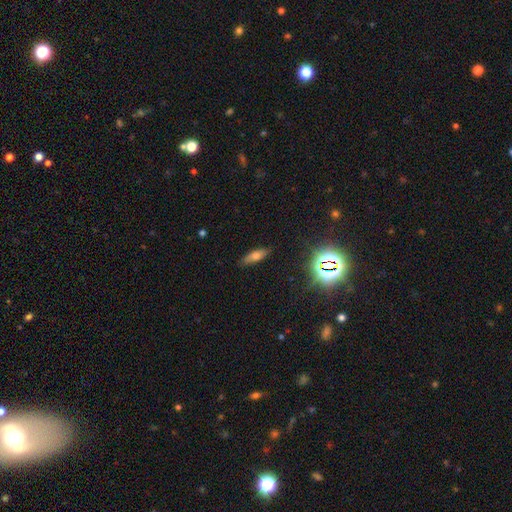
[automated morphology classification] smooth 63%, featured or disk 22%, star or artifact 15%. Down the decision tree: how rounded — in between (52%); merging — none (84%).